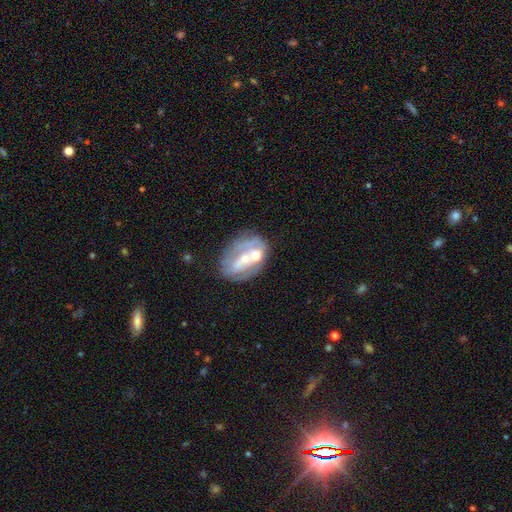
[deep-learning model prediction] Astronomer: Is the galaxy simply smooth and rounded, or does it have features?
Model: featured or disk — 66%.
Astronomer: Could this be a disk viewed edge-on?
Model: no — 95%.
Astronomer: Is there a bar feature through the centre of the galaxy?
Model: no — 60%.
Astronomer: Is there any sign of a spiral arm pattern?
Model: no — 63%.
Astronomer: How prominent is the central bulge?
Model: moderate — 49% (runner-up: small, 41%).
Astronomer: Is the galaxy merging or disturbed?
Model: merger — 37% (runner-up: none, 35%).